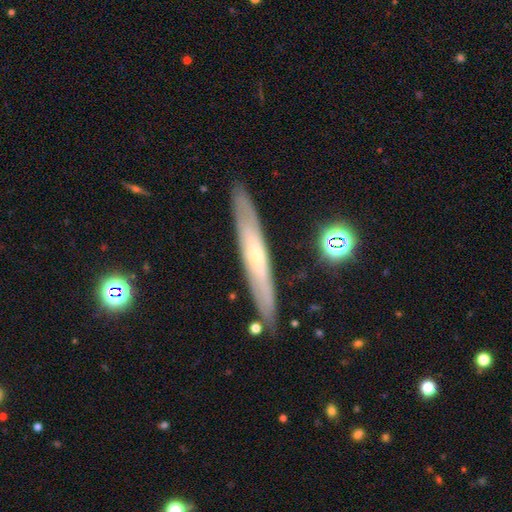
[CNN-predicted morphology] This appears to be a featured or disk galaxy (60%) viewed edge-on (82%). Merging: none (88%).